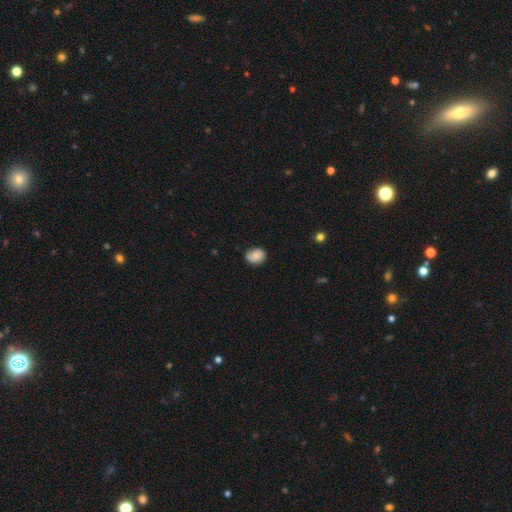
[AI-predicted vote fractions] smooth-or-featured: smooth: 77% | featured or disk: 15% | star or artifact: 8%
  how-rounded: round: 57% | in between: 42% | cigar-shaped: 1%
  merging: none: 74% | minor disturbance: 21% | major disturbance: 4% | merger: 1%